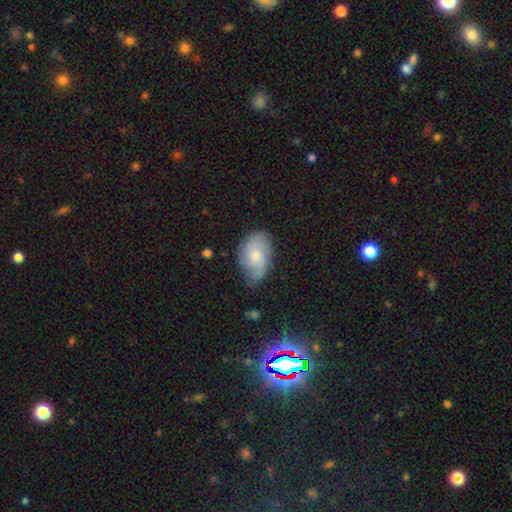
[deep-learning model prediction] smooth_or_featured: smooth (p=0.50) [alt: featured or disk p=0.43]
merging: none (p=0.62) [alt: minor disturbance p=0.29]